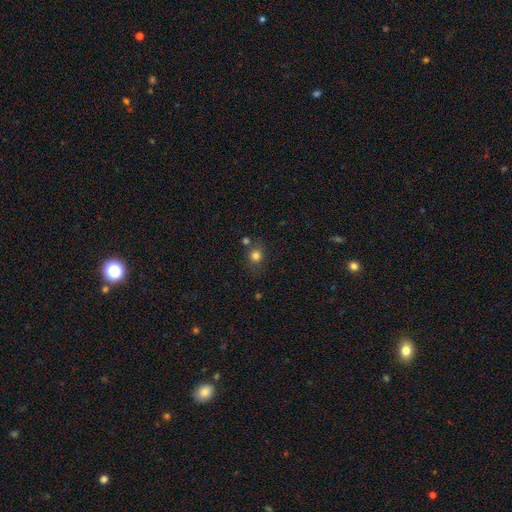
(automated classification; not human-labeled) Q: Smooth or featured?
A: smooth (80%); runner-up: star or artifact (14%)
Q: How rounded?
A: round (78%); runner-up: in between (21%)
Q: Merging?
A: none (71%); runner-up: minor disturbance (13%)